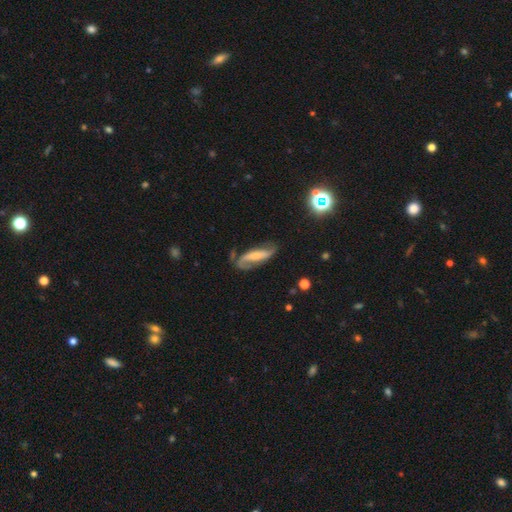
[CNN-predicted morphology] A featured or disk galaxy (75%) with a strong bar (36%), 2 (85%) loose (48%) spiral arms (93%) and a small central bulge (47%). Merging: none (62%).